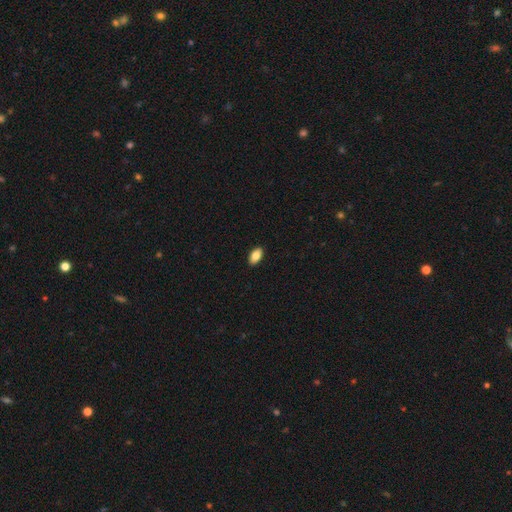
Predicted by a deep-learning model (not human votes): Overall: smooth (85%). How rounded: in between (93%). Merging: none (91%).